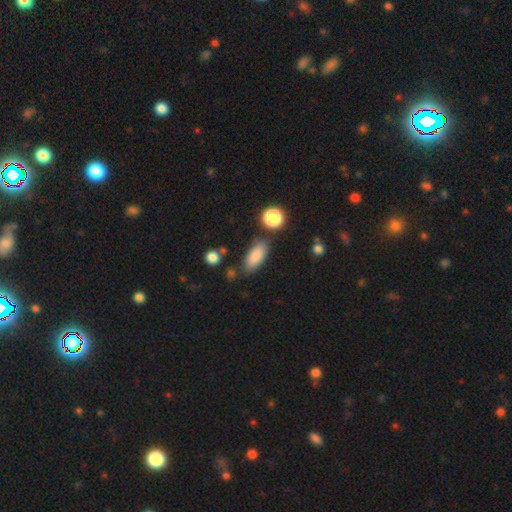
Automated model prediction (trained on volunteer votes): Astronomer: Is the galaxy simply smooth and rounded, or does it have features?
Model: smooth — 85%.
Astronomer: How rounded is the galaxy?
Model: in between — 83%.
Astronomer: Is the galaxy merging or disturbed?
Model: none — 77%.